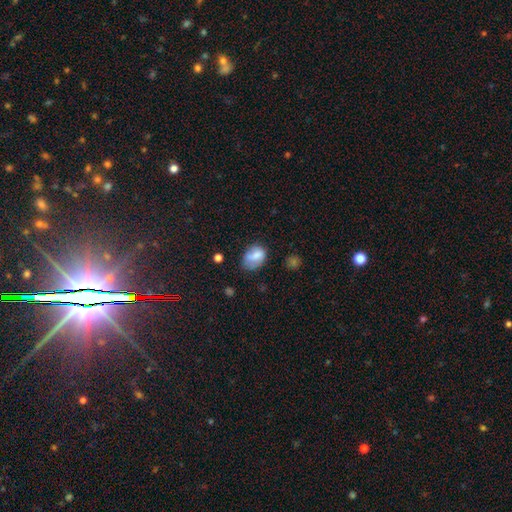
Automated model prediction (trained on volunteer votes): A smooth galaxy with no disk features (72%) that is in between round and cigar-shaped (70%).

Vote fractions:
- Smooth or featured? smooth: 72% / featured or disk: 18% / star or artifact: 10%
- How rounded? in between: 70% / round: 29% / cigar-shaped: 1%
- Merging? none: 48% / minor disturbance: 33% / major disturbance: 14% / merger: 5%